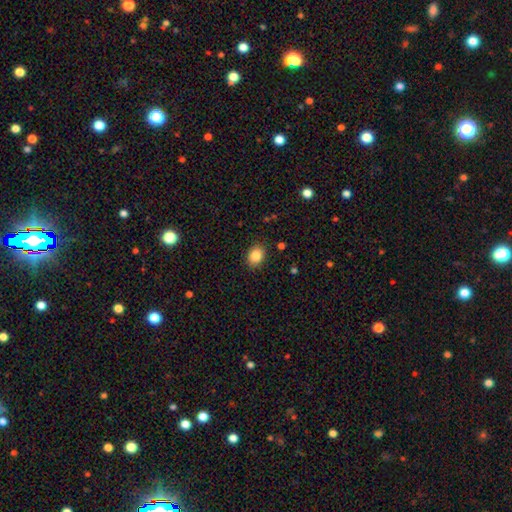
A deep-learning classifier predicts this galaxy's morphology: A smooth galaxy with no disk features (85%) that is in between round and cigar-shaped (59%).

Vote fractions:
- Smooth or featured? smooth: 85% / star or artifact: 9% / featured or disk: 6%
- How rounded? in between: 59% / round: 40% / cigar-shaped: 1%
- Merging? none: 88% / minor disturbance: 9% / major disturbance: 2% / merger: 1%